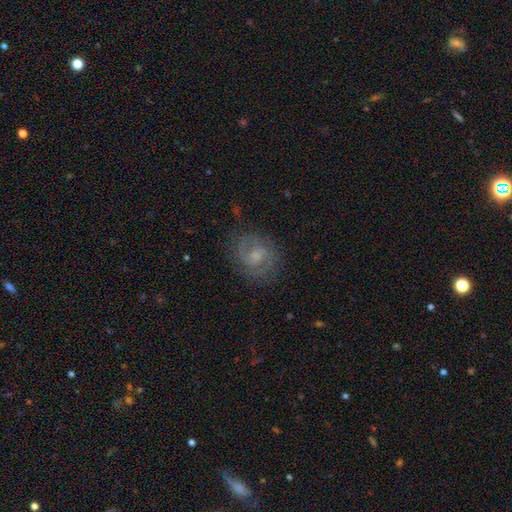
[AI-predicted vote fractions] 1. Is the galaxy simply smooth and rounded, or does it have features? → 72% featured or disk, 19% smooth, 9% star or artifact.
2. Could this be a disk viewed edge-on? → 98% no, 2% yes.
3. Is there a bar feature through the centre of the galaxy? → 48% weak, 44% no, 8% strong.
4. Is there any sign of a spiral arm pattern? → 92% yes, 8% no.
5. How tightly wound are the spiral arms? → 48% medium, 39% tight, 14% loose.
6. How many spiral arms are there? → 81% 2, 11% can't tell, 3% 3, 3% 1, 1% 4, 1% more than 4.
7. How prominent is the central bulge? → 42% small, 36% moderate, 16% none, 4% large, 1% dominant.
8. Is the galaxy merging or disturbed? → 77% none, 15% minor disturbance, 6% major disturbance, 1% merger.